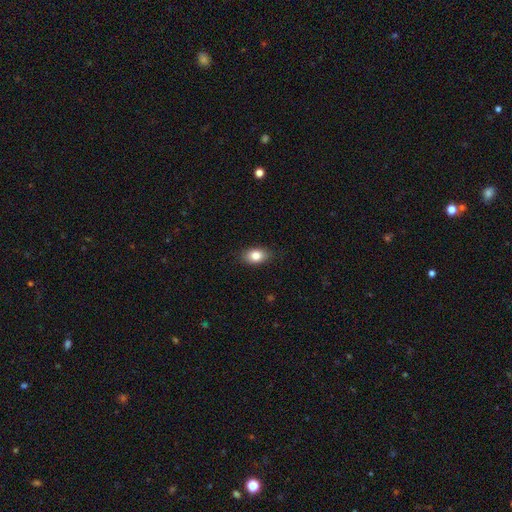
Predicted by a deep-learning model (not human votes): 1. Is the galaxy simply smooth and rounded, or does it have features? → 82% smooth, 10% featured or disk, 8% star or artifact.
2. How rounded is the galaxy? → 86% in between, 12% round, 2% cigar-shaped.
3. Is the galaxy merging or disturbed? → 86% none, 11% minor disturbance, 2% major disturbance, 1% merger.